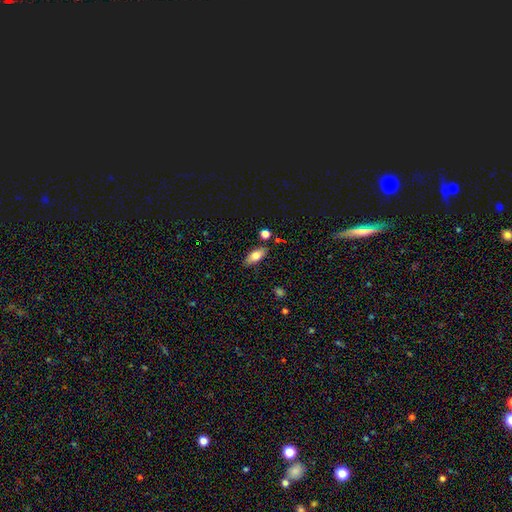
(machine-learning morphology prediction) Smooth or featured? smooth (75%)
How rounded? in between (81%)
Merging? none (80%)